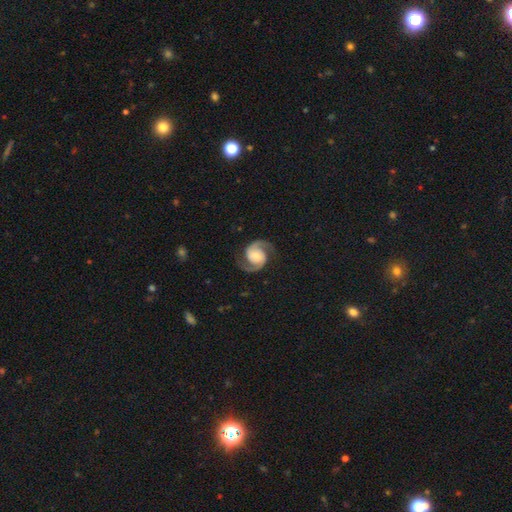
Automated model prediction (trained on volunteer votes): Smooth or featured? Predicted: featured or disk (p=0.91). Edge-on disk? Predicted: no (p=0.98). Bar? Predicted: no (p=0.55). Spiral arms? Predicted: yes (p=0.98). Spiral winding? Predicted: medium (p=0.56). Spiral arm count? Predicted: 2 (p=0.95). Bulge size? Predicted: small (p=0.38). Merging? Predicted: none (p=0.83).